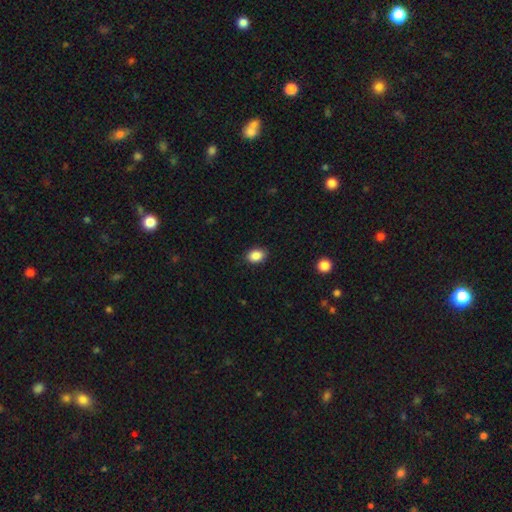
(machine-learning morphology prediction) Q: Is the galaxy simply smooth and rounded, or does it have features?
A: smooth — 88%.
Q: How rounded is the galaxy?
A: in between — 77%.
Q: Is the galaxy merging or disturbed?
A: none — 88%.